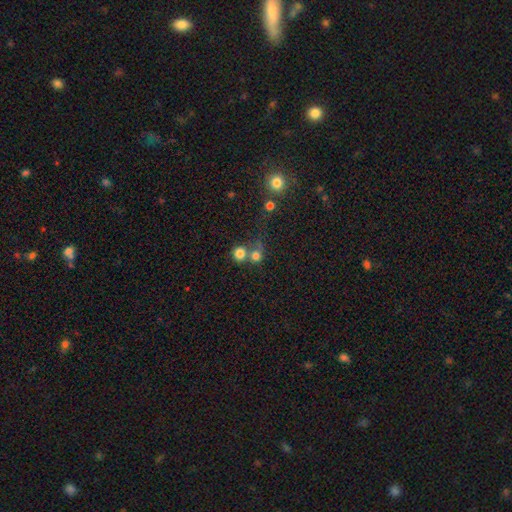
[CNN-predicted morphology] The model was most divided on "merging": merger: 46%, none: 42%, minor disturbance: 7%, major disturbance: 5%. More confident: how rounded — round (86%); smooth or featured — smooth (77%).